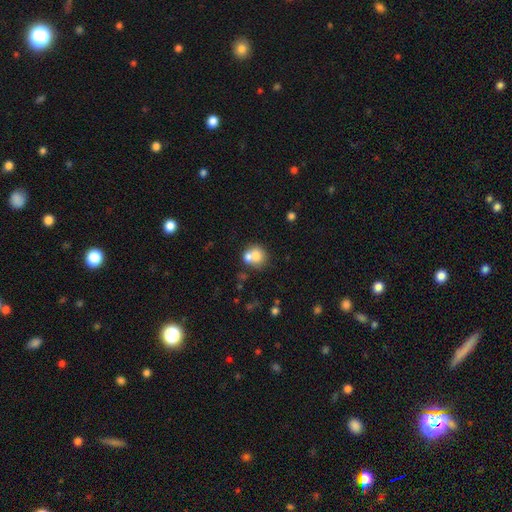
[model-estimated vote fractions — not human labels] Smooth or featured? smooth (70%)
How rounded? round (75%)
Merging? merger (52%)